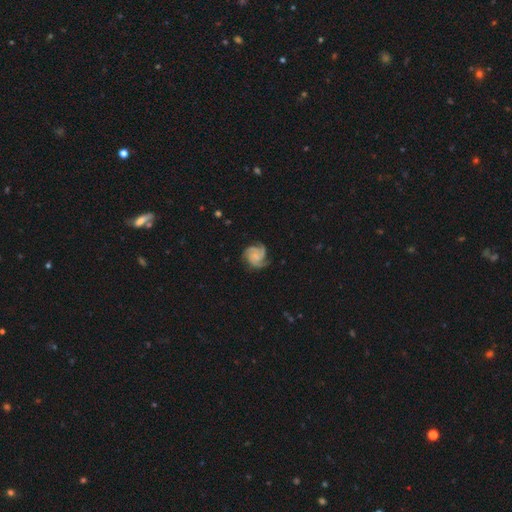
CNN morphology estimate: This appears to be a featured or disk galaxy (87%) with no bar (70%), 3 (62%) tight (56%) spiral arms (98%) and a small central bulge (52%). Merging: none (77%).